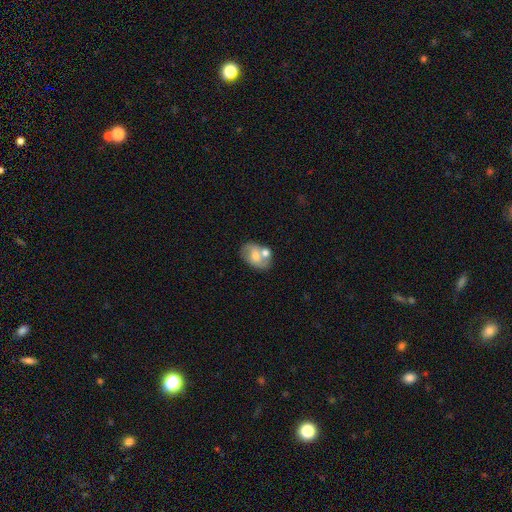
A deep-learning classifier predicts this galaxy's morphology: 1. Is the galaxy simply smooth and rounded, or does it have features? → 51% smooth, 41% featured or disk, 8% star or artifact.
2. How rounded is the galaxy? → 81% in between, 18% round, 1% cigar-shaped.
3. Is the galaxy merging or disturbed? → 47% none, 31% merger, 16% minor disturbance, 6% major disturbance.